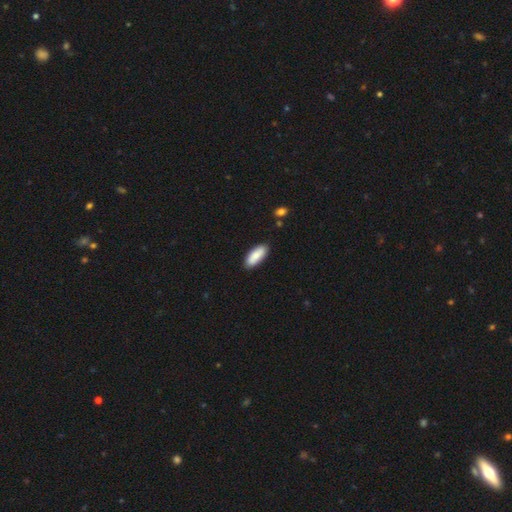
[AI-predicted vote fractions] The model was most divided on "how rounded": in between: 79%, cigar-shaped: 19%, round: 2%. More confident: merging — none (87%); smooth or featured — smooth (85%).